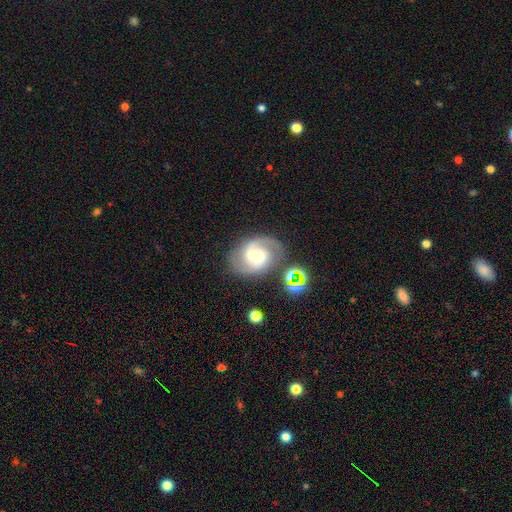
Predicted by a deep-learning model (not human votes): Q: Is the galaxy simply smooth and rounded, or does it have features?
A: featured or disk — 76%.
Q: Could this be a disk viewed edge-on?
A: no — 97%.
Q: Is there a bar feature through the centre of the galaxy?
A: weak — 55%.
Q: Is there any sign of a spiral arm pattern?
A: yes — 95%.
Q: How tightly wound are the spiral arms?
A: medium — 53%.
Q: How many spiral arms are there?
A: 2 — 84%.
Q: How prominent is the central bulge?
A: small — 43%.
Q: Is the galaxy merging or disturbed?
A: none — 68%.